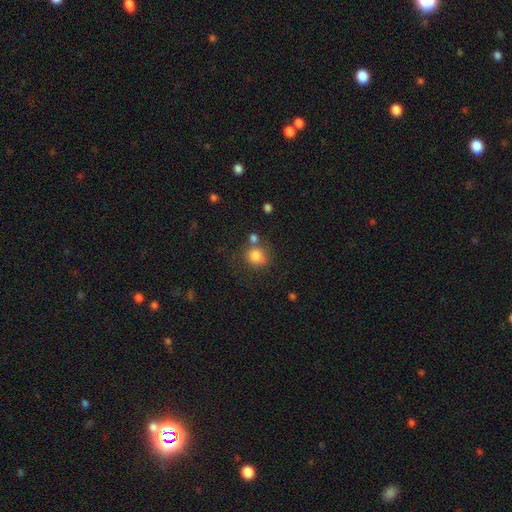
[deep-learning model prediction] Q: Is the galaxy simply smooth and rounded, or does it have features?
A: smooth — 82%.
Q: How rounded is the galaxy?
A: round — 80%.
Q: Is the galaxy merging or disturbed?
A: none — 61%.